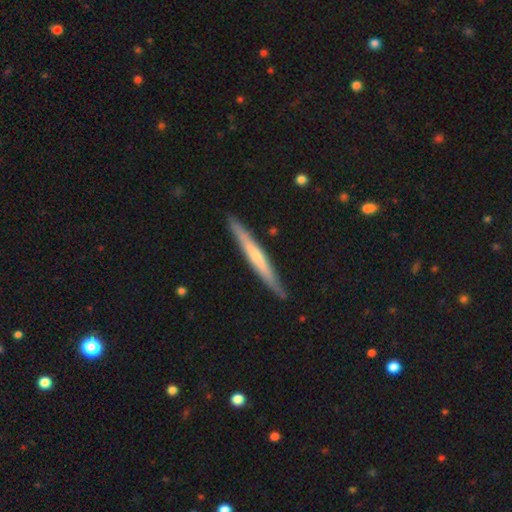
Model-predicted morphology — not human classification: Q: Smooth or featured?
A: featured or disk (59%); runner-up: smooth (35%)
Q: Edge-on disk?
A: yes (96%); runner-up: no (4%)
Q: Edge-on bulge?
A: none (48%); runner-up: rounded (46%)
Q: Merging?
A: none (90%); runner-up: minor disturbance (8%)